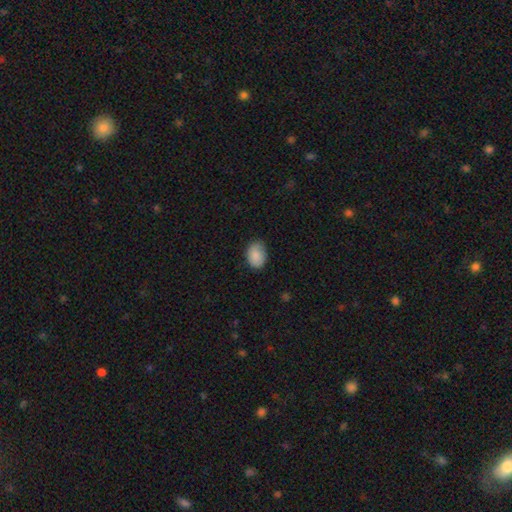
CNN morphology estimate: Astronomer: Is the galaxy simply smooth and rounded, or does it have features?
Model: smooth — 88%.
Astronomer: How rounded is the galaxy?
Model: in between — 77%.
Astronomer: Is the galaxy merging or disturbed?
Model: none — 73%.